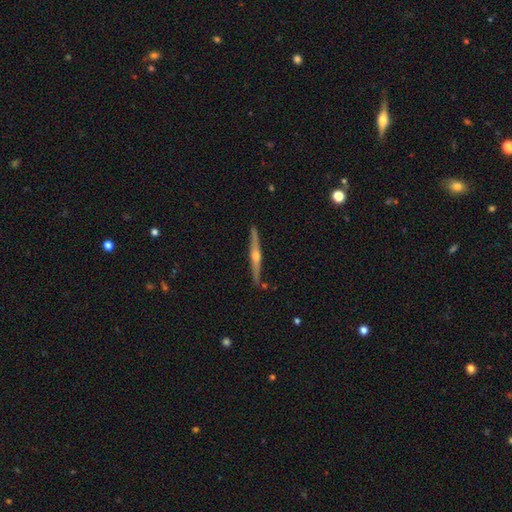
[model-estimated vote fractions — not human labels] Smooth or featured? Predicted: featured or disk (p=0.82). Edge-on disk? Predicted: yes (p=0.98). Edge-on bulge? Predicted: rounded (p=0.91). Merging? Predicted: none (p=0.89).